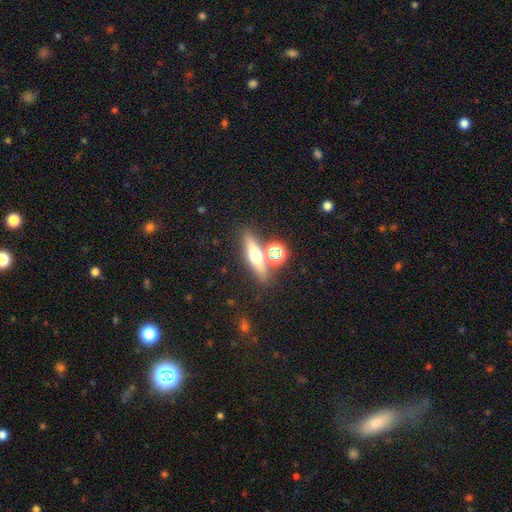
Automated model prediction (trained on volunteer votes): Smooth or featured: featured or disk — 43% (tied with smooth — 43%)
Merging: none — 73% (merger — 14%)